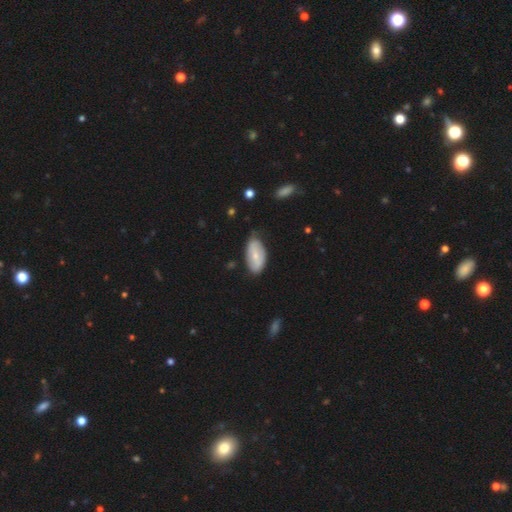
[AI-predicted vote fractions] This is possibly a smooth galaxy (59%). How rounded: clearly in between (93%). Merging: likely none (66%).